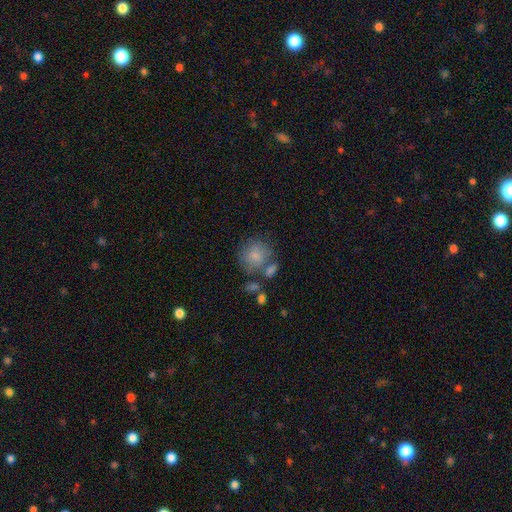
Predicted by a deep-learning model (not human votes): The model was most divided on "merging": none: 53%, merger: 19%, minor disturbance: 19%, major disturbance: 9%. More confident: how rounded — round (80%); smooth or featured — smooth (78%).